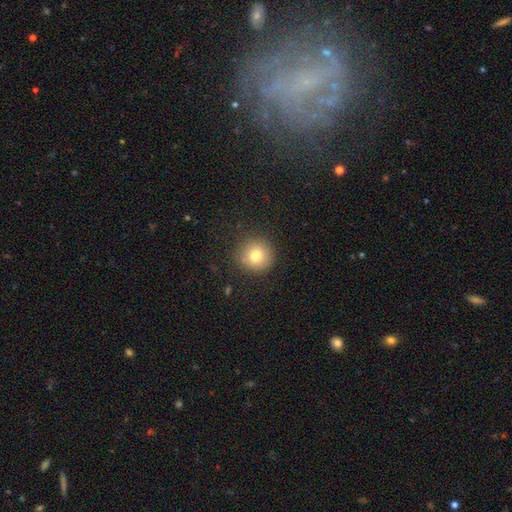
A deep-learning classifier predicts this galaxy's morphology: smooth 80%, star or artifact 11%, featured or disk 9%. Down the decision tree: how rounded — round (93%); merging — none (87%).